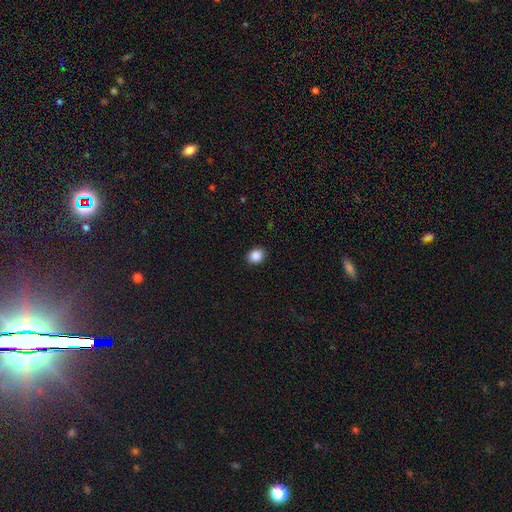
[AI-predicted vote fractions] smooth_or_featured: smooth (p=0.88) [alt: star or artifact p=0.09]
how_rounded: round (p=0.52) [alt: in between p=0.48]
merging: none (p=0.90) [alt: minor disturbance p=0.07]